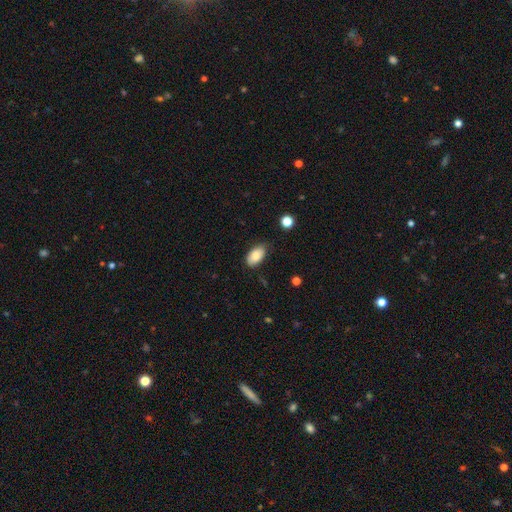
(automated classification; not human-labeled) The model was most divided on "merging": none: 74%, minor disturbance: 21%, major disturbance: 4%, merger: 2%. More confident: how rounded — in between (94%); smooth or featured — smooth (85%).